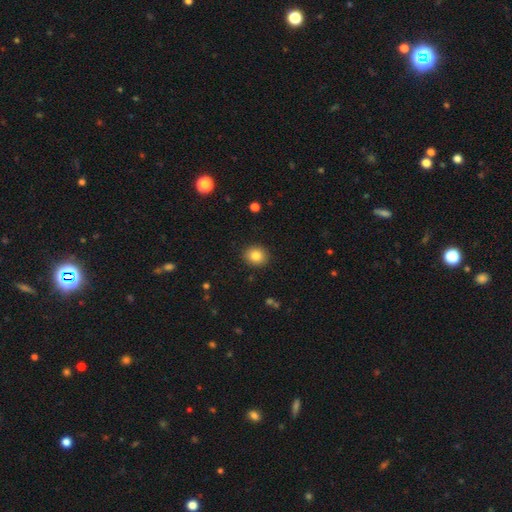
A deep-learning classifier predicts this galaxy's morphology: Overall: smooth (83%). How rounded: round (72%). Merging: none (90%).